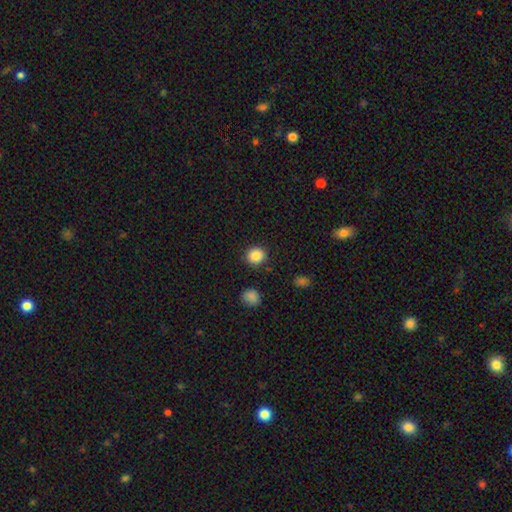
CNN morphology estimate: Smooth or featured? smooth (87%)
How rounded? round (89%)
Merging? none (90%)